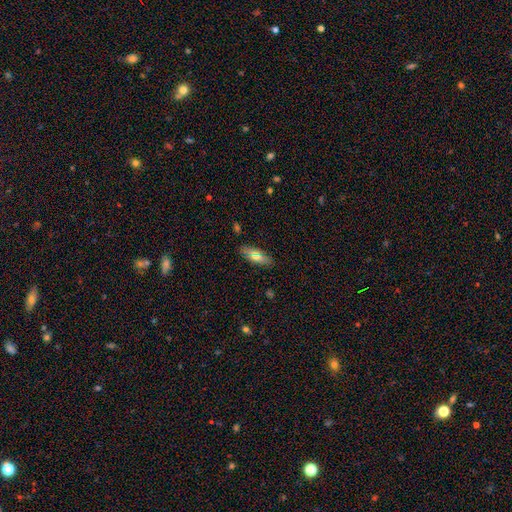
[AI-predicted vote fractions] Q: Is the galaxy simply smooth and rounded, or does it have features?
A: smooth — 64%.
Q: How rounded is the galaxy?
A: in between — 64%.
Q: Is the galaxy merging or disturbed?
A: none — 86%.